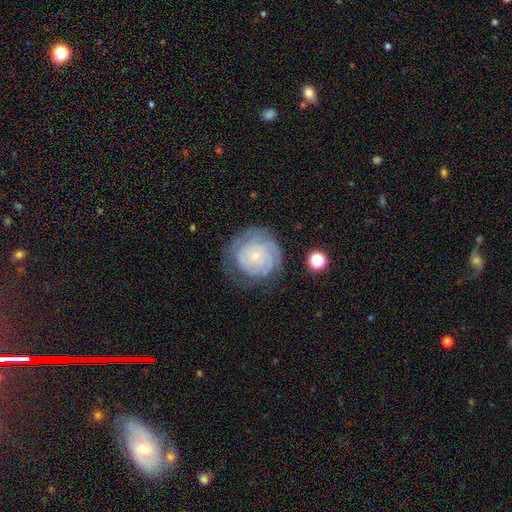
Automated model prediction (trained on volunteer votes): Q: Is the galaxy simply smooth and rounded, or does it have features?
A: featured or disk — 73%.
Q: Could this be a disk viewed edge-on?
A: no — 98%.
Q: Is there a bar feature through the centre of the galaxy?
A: no — 84%.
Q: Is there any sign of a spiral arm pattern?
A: yes — 90%.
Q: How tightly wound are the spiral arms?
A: tight — 77%.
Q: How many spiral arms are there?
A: can't tell — 45%.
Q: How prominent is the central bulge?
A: small — 83%.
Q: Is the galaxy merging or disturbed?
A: none — 67%.